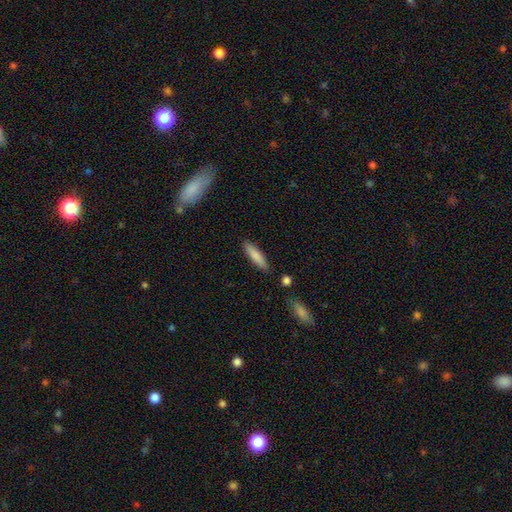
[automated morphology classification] smooth_or_featured: smooth (p=0.81) [alt: featured or disk p=0.13]
how_rounded: cigar-shaped (p=0.77) [alt: in between p=0.22]
merging: none (p=0.87) [alt: minor disturbance p=0.09]